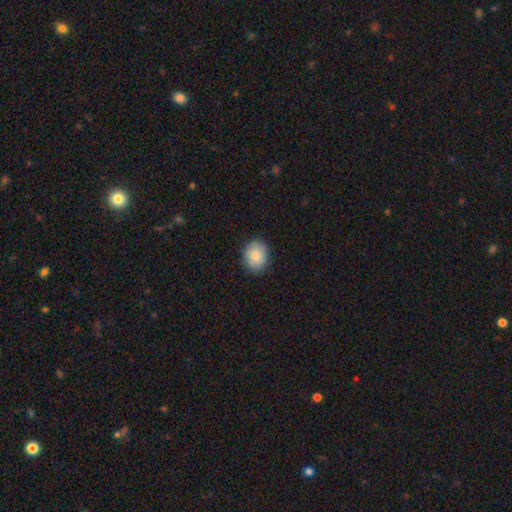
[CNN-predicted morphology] smooth 83%, featured or disk 9%, star or artifact 7%. Down the decision tree: how rounded — round (55%); merging — none (87%).